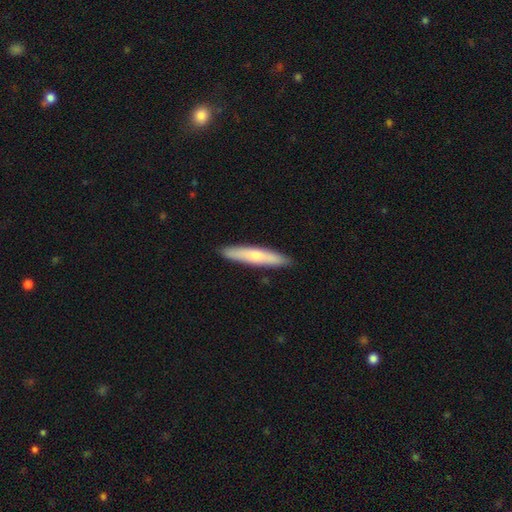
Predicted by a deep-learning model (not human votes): Morphology: type=smooth (59%); roundness=cigar-shaped (89%); merging=none (90%).